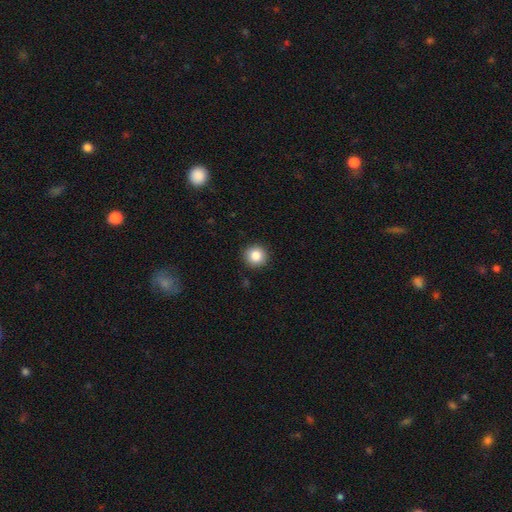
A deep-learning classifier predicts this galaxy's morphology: smooth 86%, star or artifact 9%, featured or disk 5%. Down the decision tree: how rounded — round (94%); merging — none (91%).